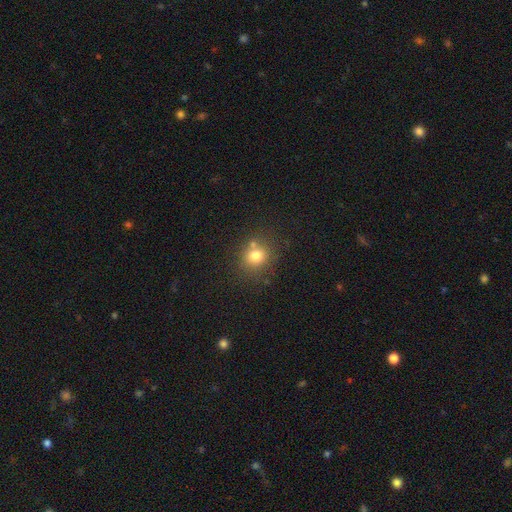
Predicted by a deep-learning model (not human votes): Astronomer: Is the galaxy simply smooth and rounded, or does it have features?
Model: smooth — 76%.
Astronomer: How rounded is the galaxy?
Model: round — 81%.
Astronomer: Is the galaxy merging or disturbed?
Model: none — 68%.